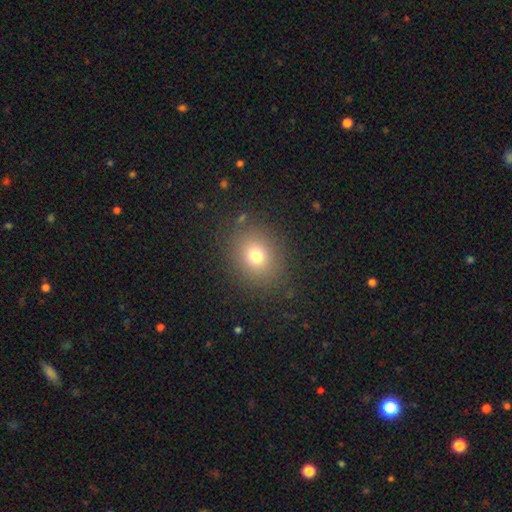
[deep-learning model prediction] Overall: smooth (73%). How rounded: round (68%; in between 31%). Merging: none (85%).